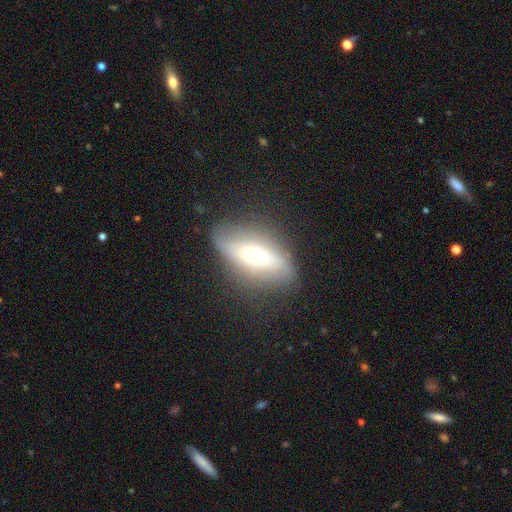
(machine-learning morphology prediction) Smooth or featured? Predicted: featured or disk (p=0.50). Edge-on disk? Predicted: no (p=0.59). Merging? Predicted: none (p=0.65).